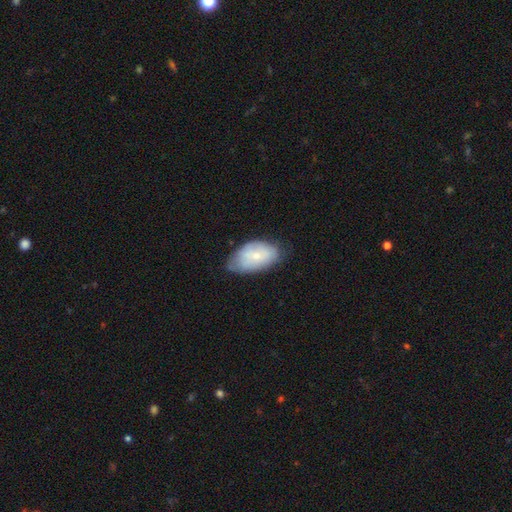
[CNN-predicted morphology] smooth-or-featured: smooth: 62% | featured or disk: 31% | star or artifact: 7%
  how-rounded: in between: 94% | round: 5% | cigar-shaped: 2%
  merging: none: 59% | minor disturbance: 32% | major disturbance: 7% | merger: 2%